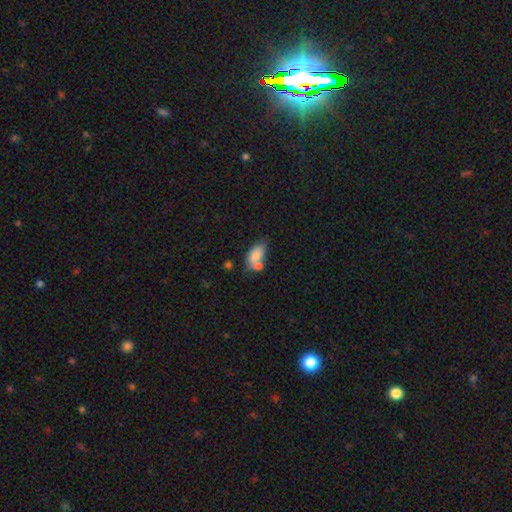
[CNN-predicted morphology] smooth_or_featured: smooth (p=0.80) [alt: featured or disk p=0.12]
how_rounded: in between (p=0.90) [alt: cigar-shaped p=0.05]
merging: none (p=0.39) [alt: merger p=0.36]